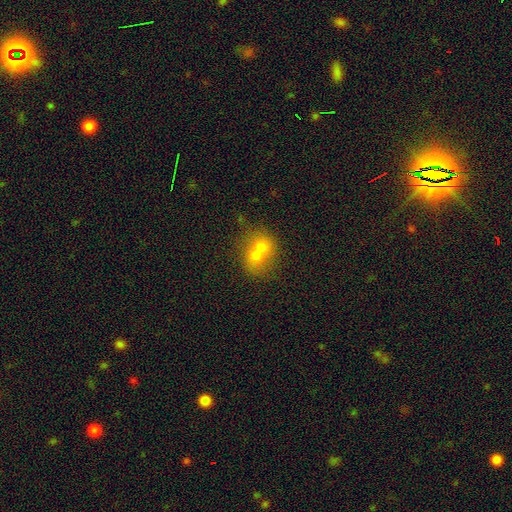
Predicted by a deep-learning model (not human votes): Overall: smooth (63%; featured or disk 26%). How rounded: round (64%; in between 35%). Merging: merger (70%).